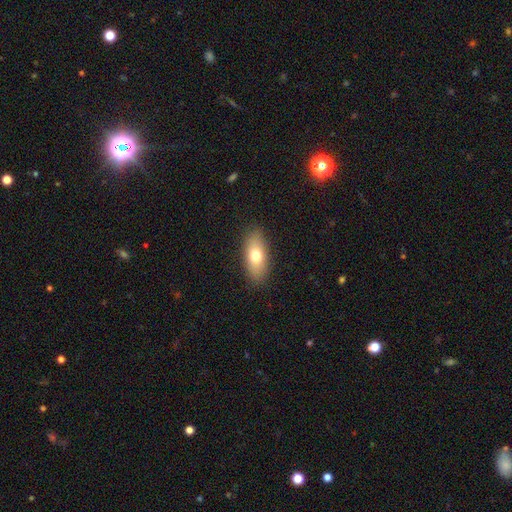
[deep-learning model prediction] The model was most divided on "smooth or featured": smooth: 72%, featured or disk: 20%, star or artifact: 7%. More confident: merging — none (87%); how rounded — in between (81%).